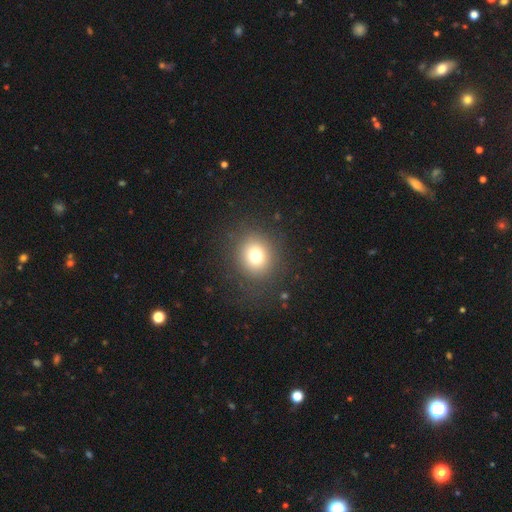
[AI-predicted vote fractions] A smooth galaxy with no disk features (76%) that is round (81%).

Vote fractions:
- Smooth or featured? smooth: 76% / star or artifact: 14% / featured or disk: 10%
- How rounded? round: 81% / in between: 18% / cigar-shaped: 1%
- Merging? none: 86% / minor disturbance: 8% / major disturbance: 5% / merger: 1%